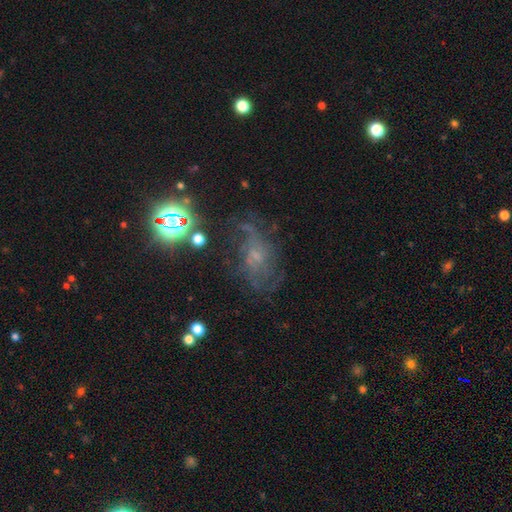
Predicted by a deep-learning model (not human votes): Smooth or featured? featured or disk (56%)
Edge-on disk? no (95%)
Bar? no (70%)
Spiral arms? yes (74%)
Bulge size? small (54%)
Merging? none (48%)